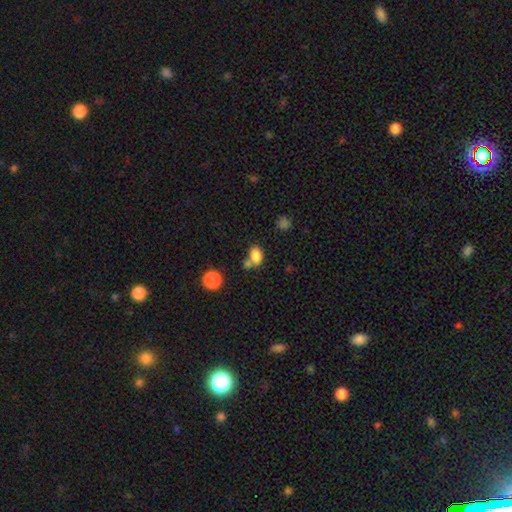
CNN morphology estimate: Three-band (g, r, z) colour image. It shows a smooth galaxy with no disk features (82%) that is in between round and cigar-shaped (73%). Merging: none (50%).